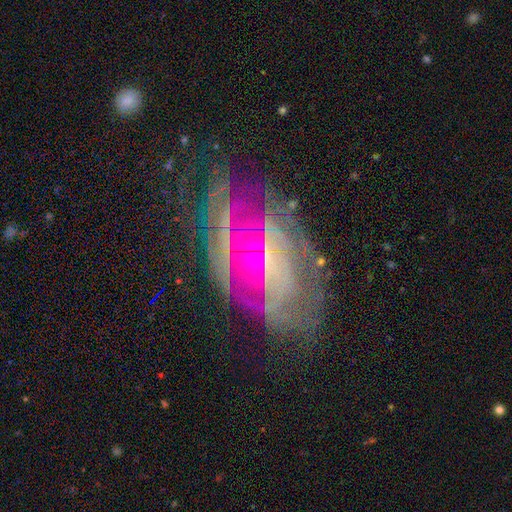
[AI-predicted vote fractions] Smooth or featured? Predicted: featured or disk (p=0.75). Edge-on disk? Predicted: no (p=0.94). Bar? Predicted: no (p=0.55). Spiral arms? Predicted: yes (p=0.78). Spiral winding? Predicted: tight (p=0.63). Spiral arm count? Predicted: can't tell (p=0.38). Bulge size? Predicted: small (p=0.58). Merging? Predicted: none (p=0.66).